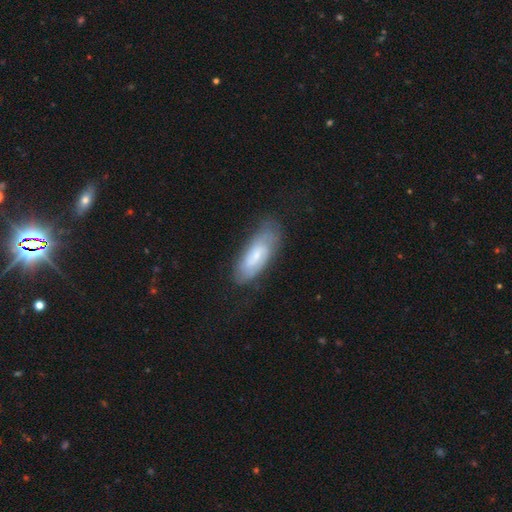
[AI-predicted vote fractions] The model was most divided on "smooth or featured" (2-way tie): smooth: 46%, featured or disk: 46%, star or artifact: 8%. More confident: merging — none (68%).